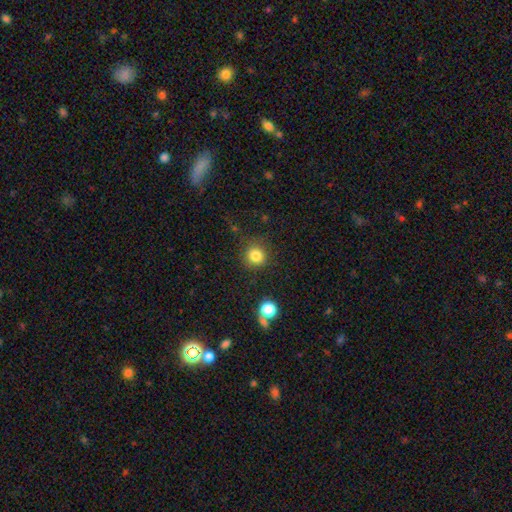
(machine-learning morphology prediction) A smooth galaxy with no disk features (82%) that is round (91%).

Vote fractions:
- Smooth or featured? smooth: 82% / star or artifact: 12% / featured or disk: 5%
- How rounded? round: 91% / in between: 8% / cigar-shaped: 1%
- Merging? none: 85% / minor disturbance: 9% / major disturbance: 4% / merger: 2%